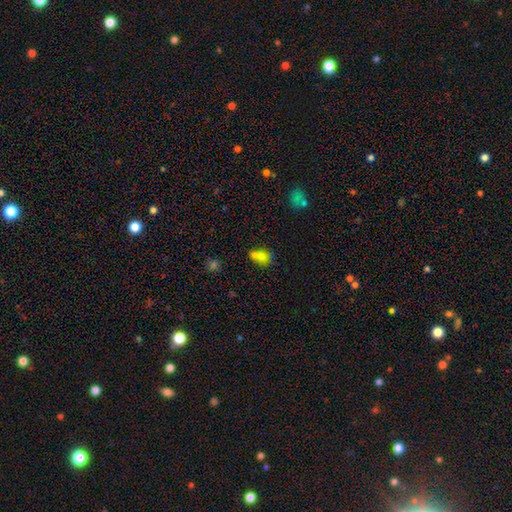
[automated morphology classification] Smooth or featured? Predicted: smooth (p=0.71). How rounded? Predicted: in between (p=0.61). Merging? Predicted: none (p=0.42).